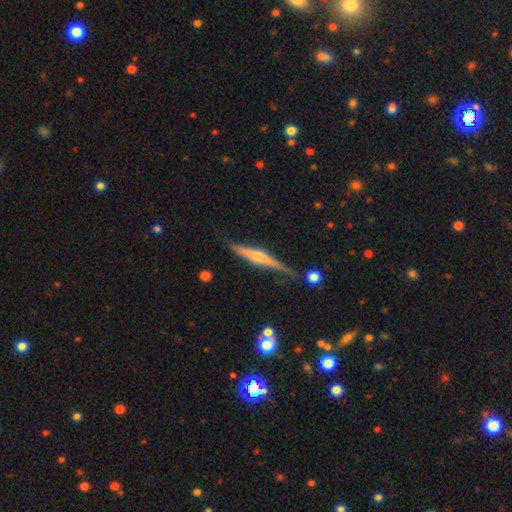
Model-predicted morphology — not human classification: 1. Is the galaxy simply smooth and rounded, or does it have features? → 75% featured or disk, 19% smooth, 6% star or artifact.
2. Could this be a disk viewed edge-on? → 96% yes, 4% no.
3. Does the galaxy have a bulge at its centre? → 86% rounded, 7% boxy, 7% none.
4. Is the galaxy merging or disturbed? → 72% none, 19% minor disturbance, 5% major disturbance, 4% merger.